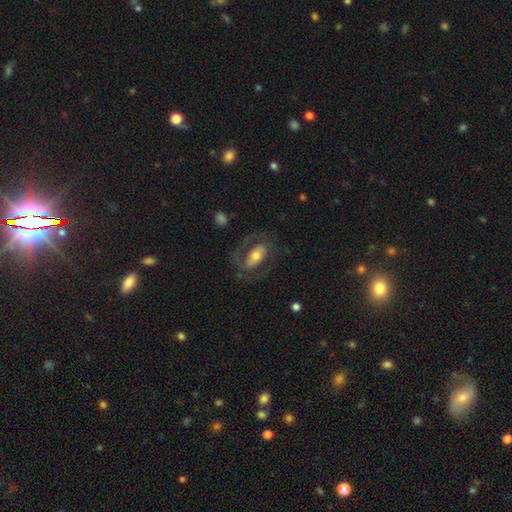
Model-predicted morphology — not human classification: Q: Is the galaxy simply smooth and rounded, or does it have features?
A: featured or disk — 62%.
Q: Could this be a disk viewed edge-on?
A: no — 94%.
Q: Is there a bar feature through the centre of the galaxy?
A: no — 43%.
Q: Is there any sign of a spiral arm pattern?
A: yes — 64%.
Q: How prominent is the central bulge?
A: moderate — 59%.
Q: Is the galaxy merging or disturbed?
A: none — 68%.